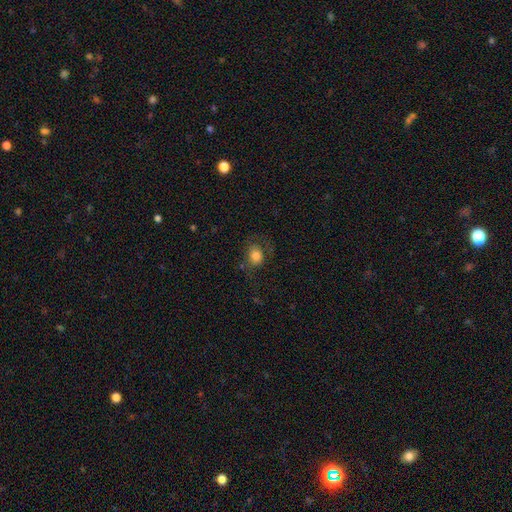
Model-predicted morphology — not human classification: smooth-or-featured: smooth: 77% | featured or disk: 13% | star or artifact: 10%
  how-rounded: in between: 50% | round: 49% | cigar-shaped: 1%
  merging: none: 63% | minor disturbance: 21% | major disturbance: 15% | merger: 2%